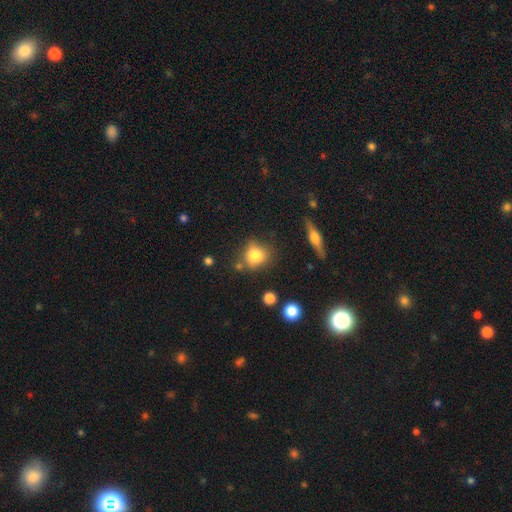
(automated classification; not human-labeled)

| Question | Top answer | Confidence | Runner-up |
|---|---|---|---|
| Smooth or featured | smooth | 79% | featured or disk (11%) |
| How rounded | round | 67% | in between (31%) |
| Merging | none | 65% | minor disturbance (21%) |